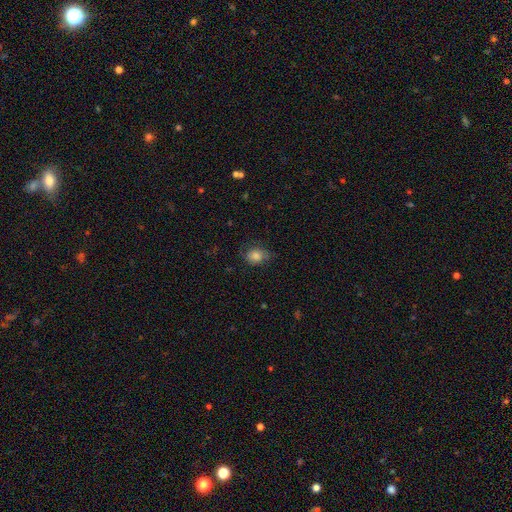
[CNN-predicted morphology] This is likely a smooth galaxy (79%). How rounded: possibly in between (56%). Merging: likely none (66%).